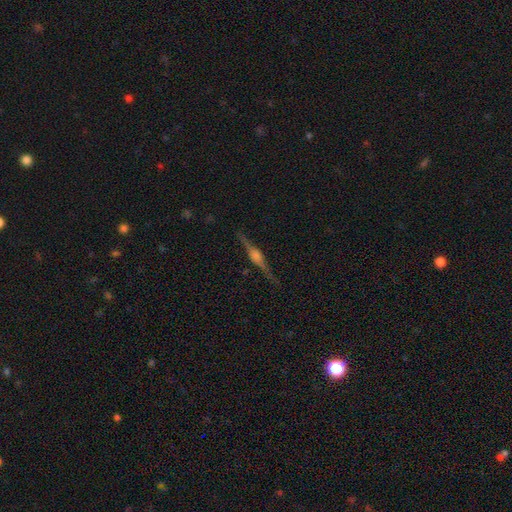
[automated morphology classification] type=featured or disk (82%); edge-on=yes (98%); edge-on bulge=rounded (79%); merging=none (87%).